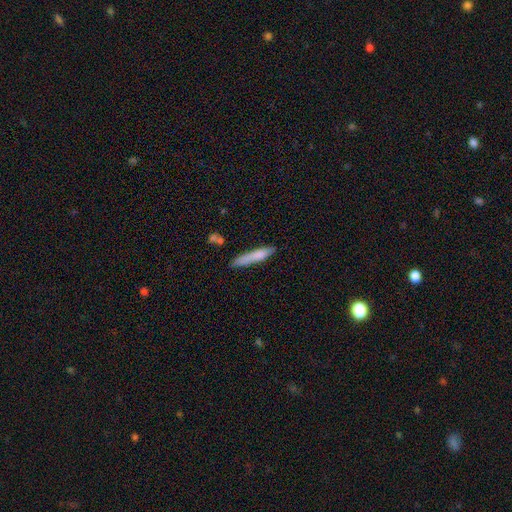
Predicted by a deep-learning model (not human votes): A smooth galaxy with no disk features (75%) that is cigar-shaped (89%). Merging: none (72%).